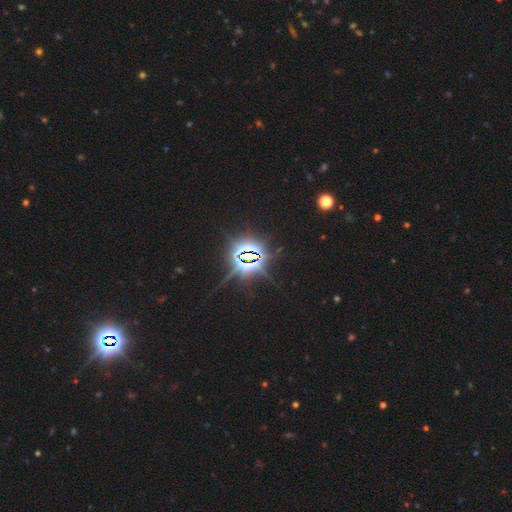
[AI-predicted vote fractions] A star or artifact, not a galaxy (85%).

Vote fractions:
- Smooth or featured? star or artifact: 85% / featured or disk: 8% / smooth: 7%